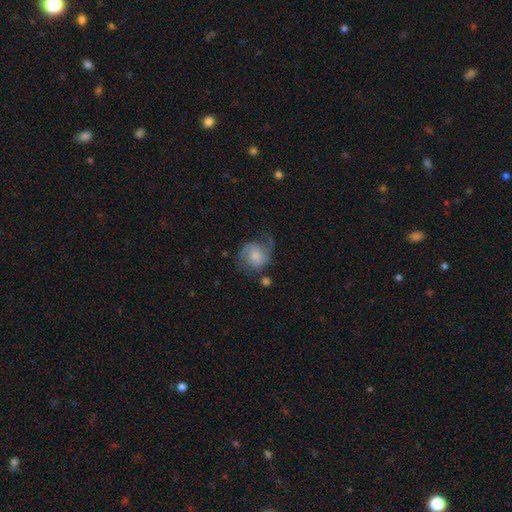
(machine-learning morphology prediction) Q: Smooth or featured?
A: featured or disk (59%); runner-up: smooth (33%)
Q: Edge-on disk?
A: no (98%); runner-up: yes (2%)
Q: Bar?
A: no (71%); runner-up: weak (25%)
Q: Spiral arms?
A: yes (89%); runner-up: no (11%)
Q: Spiral winding?
A: medium (42%); runner-up: loose (39%)
Q: Spiral arm count?
A: 2 (72%); runner-up: 1 (13%)
Q: Bulge size?
A: small (38%); runner-up: moderate (37%)
Q: Merging?
A: none (47%); runner-up: minor disturbance (25%)